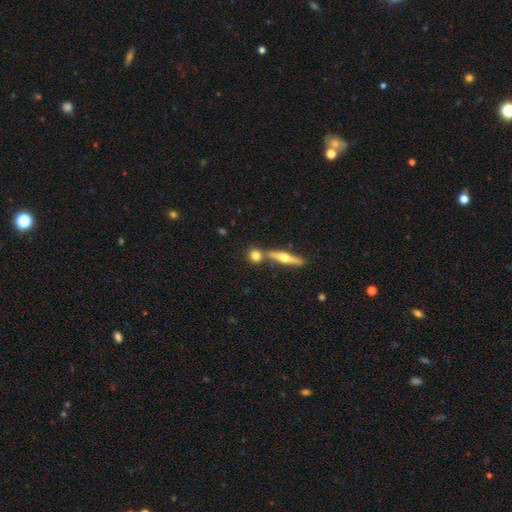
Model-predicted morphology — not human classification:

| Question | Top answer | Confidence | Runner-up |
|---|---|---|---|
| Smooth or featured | smooth | 67% | featured or disk (24%) |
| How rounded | round | 76% | in between (15%) |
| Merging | none | 67% | merger (22%) |